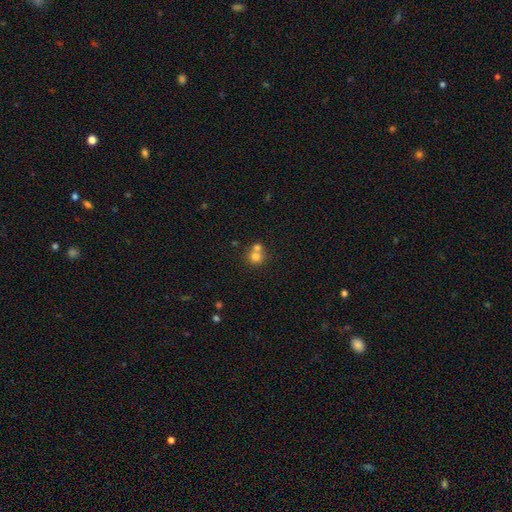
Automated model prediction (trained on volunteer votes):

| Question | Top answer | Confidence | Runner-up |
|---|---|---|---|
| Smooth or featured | smooth | 75% | star or artifact (13%) |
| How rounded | round | 86% | in between (13%) |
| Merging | merger | 49% | none (43%) |